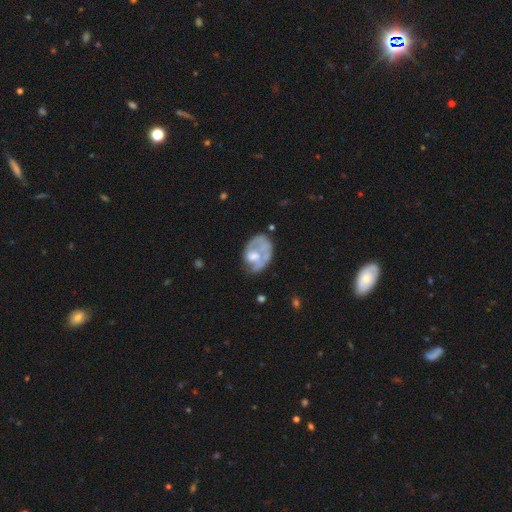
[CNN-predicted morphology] featured or disk 55%, smooth 37%, star or artifact 7%. Down the decision tree: edge-on disk — no (97%); bar — no (79%); spiral arms — no (61%); bulge size — moderate (44%); merging — none (36%).